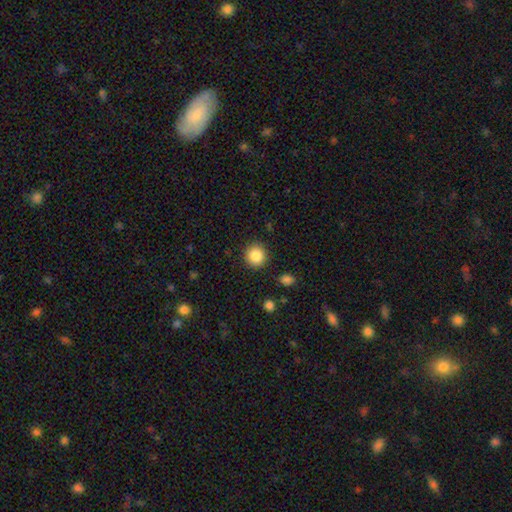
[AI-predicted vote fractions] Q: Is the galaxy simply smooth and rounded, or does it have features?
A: smooth — 86%.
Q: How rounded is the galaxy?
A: round — 93%.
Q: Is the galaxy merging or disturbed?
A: none — 91%.